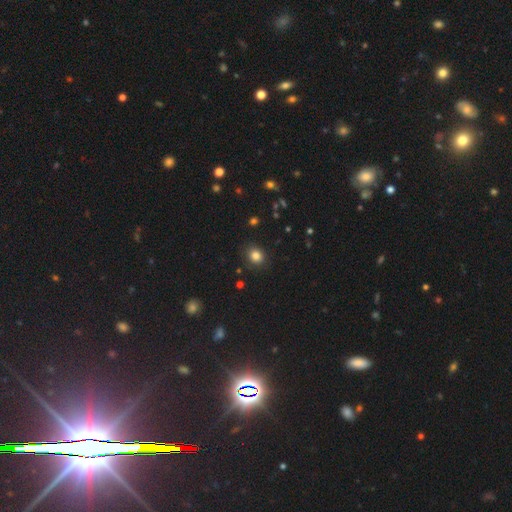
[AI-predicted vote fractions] smooth-or-featured: smooth: 83% | star or artifact: 12% | featured or disk: 5%
  how-rounded: round: 76% | in between: 23% | cigar-shaped: 1%
  merging: none: 87% | minor disturbance: 9% | major disturbance: 3% | merger: 1%